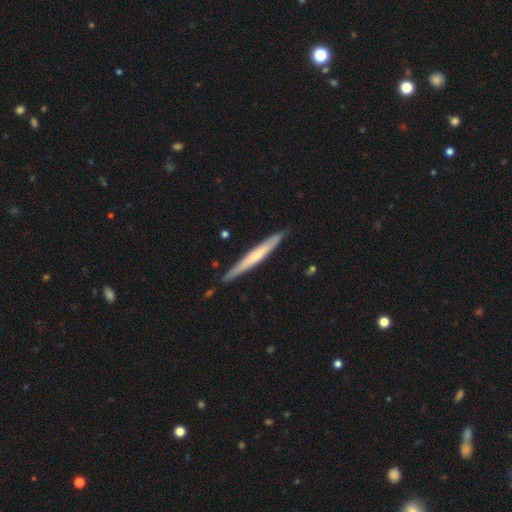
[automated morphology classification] The model was most divided on "smooth or featured": featured or disk: 51%, smooth: 44%, star or artifact: 5%. More confident: edge-on disk — yes (96%); merging — none (88%).